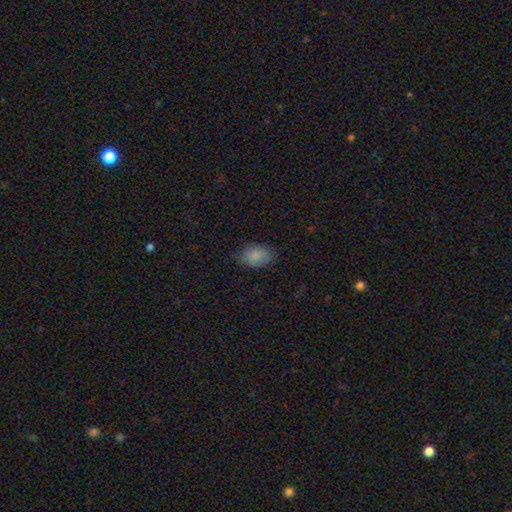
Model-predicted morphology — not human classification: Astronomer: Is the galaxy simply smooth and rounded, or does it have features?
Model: smooth — 86%.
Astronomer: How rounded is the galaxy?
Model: in between — 83%.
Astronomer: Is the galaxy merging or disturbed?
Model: none — 77%.